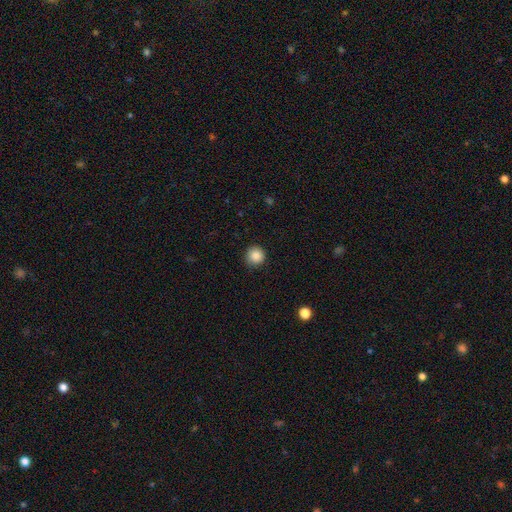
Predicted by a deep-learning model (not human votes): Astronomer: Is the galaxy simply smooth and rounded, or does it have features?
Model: smooth — 87%.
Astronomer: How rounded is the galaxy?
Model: round — 95%.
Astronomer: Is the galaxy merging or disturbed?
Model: none — 89%.